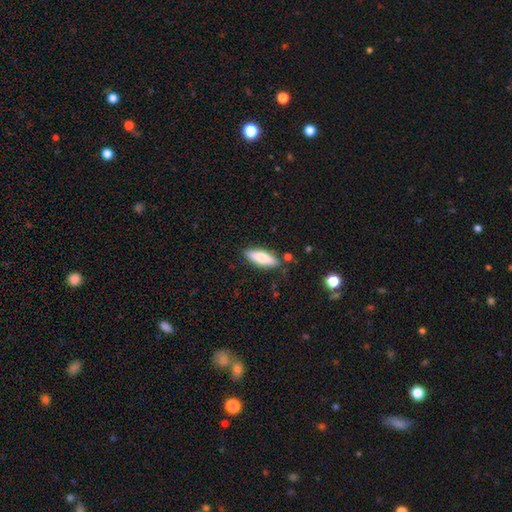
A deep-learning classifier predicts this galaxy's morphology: Smooth or featured: smooth — 69% (featured or disk — 23%)
How rounded: in between — 60% (cigar-shaped — 37%)
Merging: none — 82% (minor disturbance — 12%)